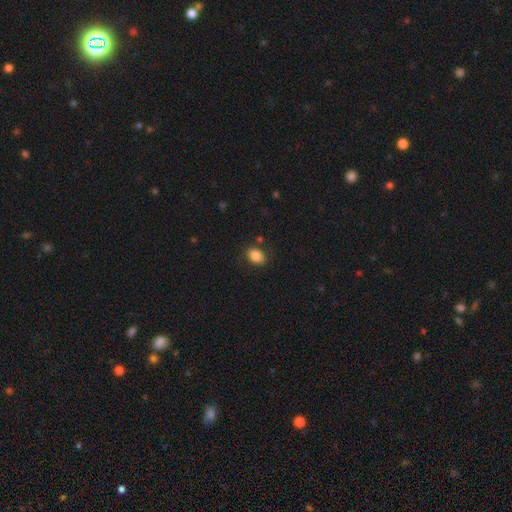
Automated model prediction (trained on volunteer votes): This appears to be a smooth galaxy with no disk features (85%) that is in between round and cigar-shaped (77%). Merging: none (81%).